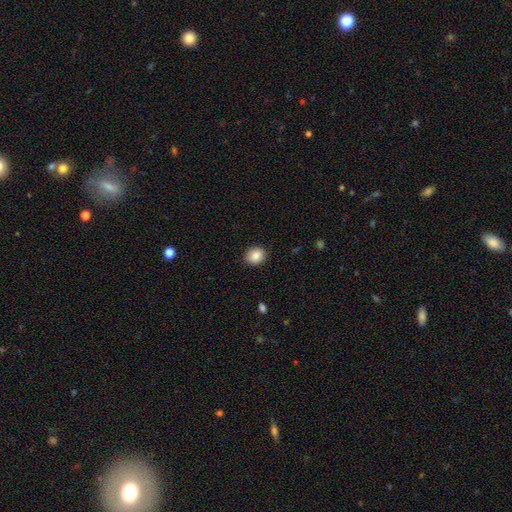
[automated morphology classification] smooth-or-featured: smooth: 86% | star or artifact: 8% | featured or disk: 6%
  how-rounded: round: 73% | in between: 26% | cigar-shaped: 1%
  merging: none: 89% | minor disturbance: 8% | major disturbance: 2% | merger: 1%